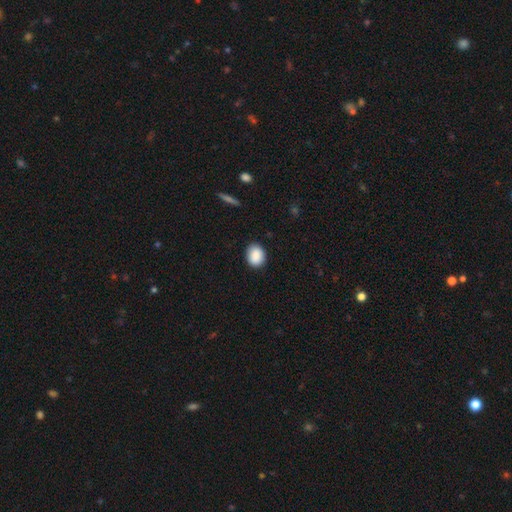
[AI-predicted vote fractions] Smooth or featured? smooth (90%)
How rounded? in between (54%)
Merging? none (88%)